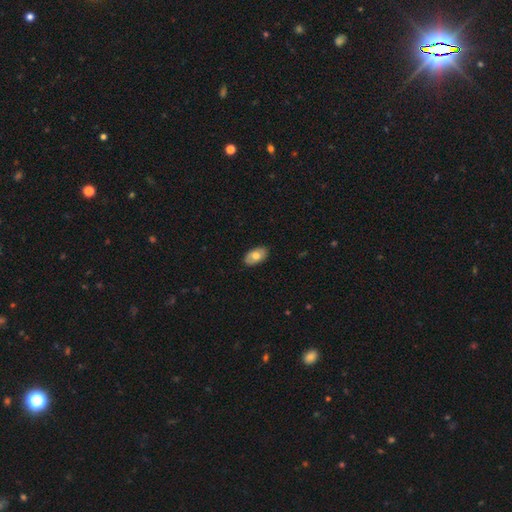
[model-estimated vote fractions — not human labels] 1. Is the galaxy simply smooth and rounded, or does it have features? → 69% smooth, 25% featured or disk, 6% star or artifact.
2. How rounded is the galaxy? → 93% in between, 5% round, 2% cigar-shaped.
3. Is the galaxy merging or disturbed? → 87% none, 10% minor disturbance, 2% major disturbance, 1% merger.